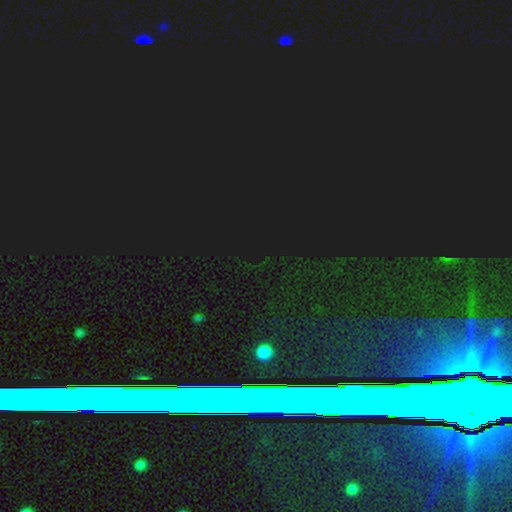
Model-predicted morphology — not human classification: The model was most divided on "smooth or featured": star or artifact: 84%, smooth: 10%, featured or disk: 6%.